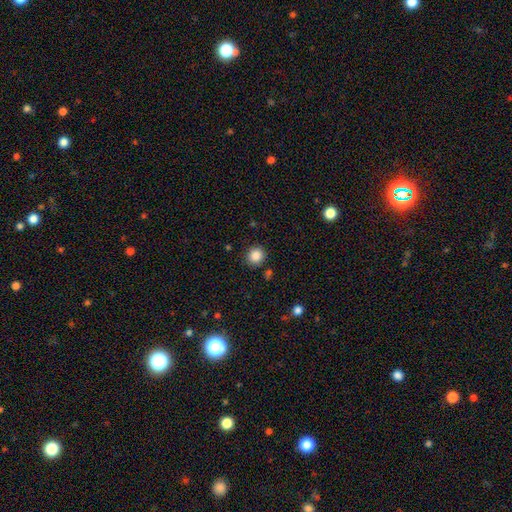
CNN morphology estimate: A smooth galaxy with no disk features (86%) that is round (90%). Merging: none (87%).